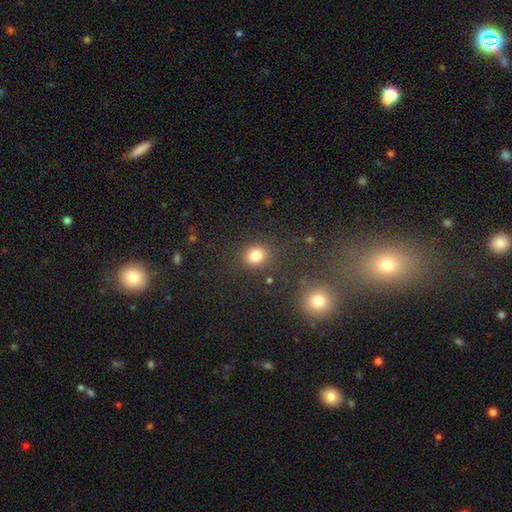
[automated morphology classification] Q: Smooth or featured?
A: smooth (81%); runner-up: star or artifact (13%)
Q: How rounded?
A: round (69%); runner-up: in between (30%)
Q: Merging?
A: none (81%); runner-up: minor disturbance (10%)